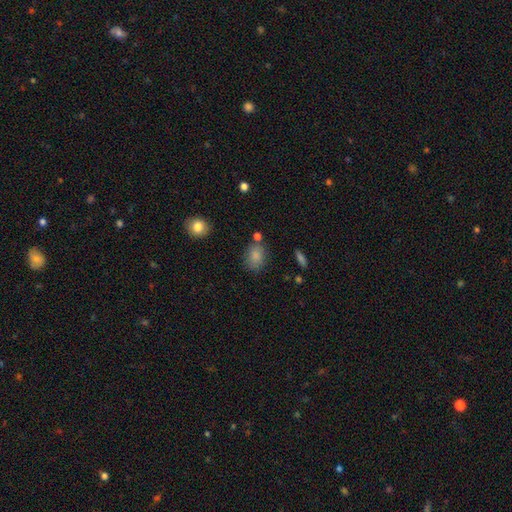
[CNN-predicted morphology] smooth 84%, star or artifact 9%, featured or disk 7%. Down the decision tree: how rounded — in between (67%); merging — none (69%).